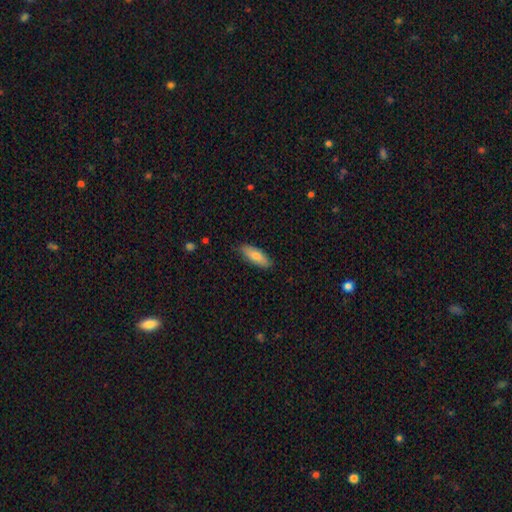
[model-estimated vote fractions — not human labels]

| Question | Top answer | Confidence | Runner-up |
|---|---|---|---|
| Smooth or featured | smooth | 78% | featured or disk (16%) |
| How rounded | in between | 59% | cigar-shaped (39%) |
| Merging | none | 85% | minor disturbance (12%) |